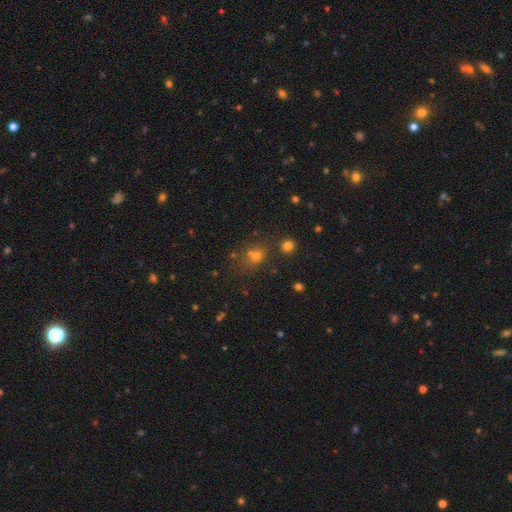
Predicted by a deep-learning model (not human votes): This is possibly a smooth galaxy (56%). How rounded: likely round (74%). Merging: possibly none (52%).